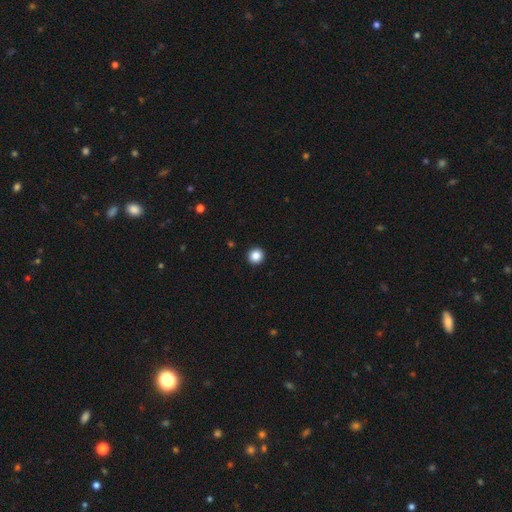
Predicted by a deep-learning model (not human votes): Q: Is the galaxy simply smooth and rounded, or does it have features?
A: smooth — 87%.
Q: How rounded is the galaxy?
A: round — 94%.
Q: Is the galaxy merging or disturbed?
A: none — 94%.